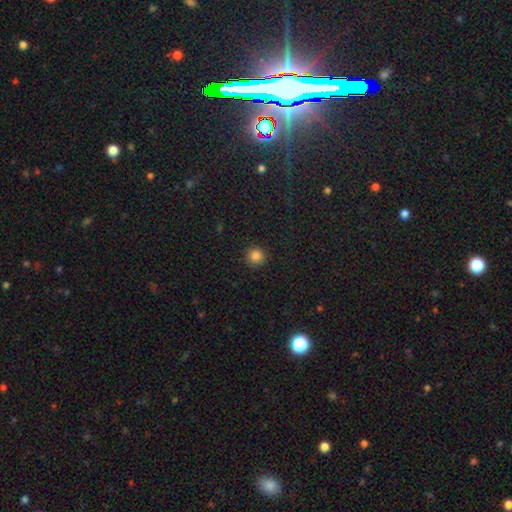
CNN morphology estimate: The model was most divided on "smooth or featured": smooth: 84%, star or artifact: 12%, featured or disk: 4%. More confident: how rounded — round (94%); merging — none (91%).